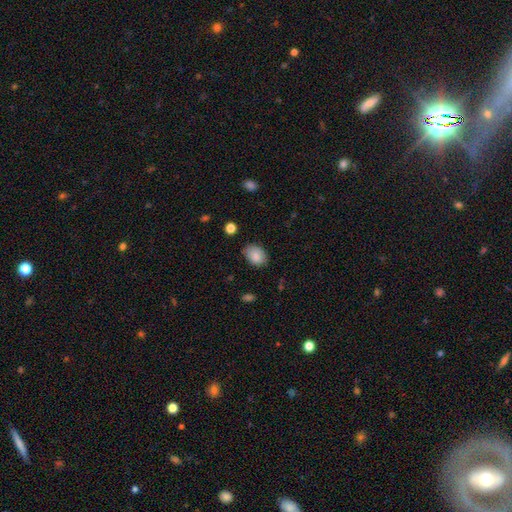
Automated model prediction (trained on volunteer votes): Overall: smooth (87%). How rounded: in between (72%). Merging: none (77%).